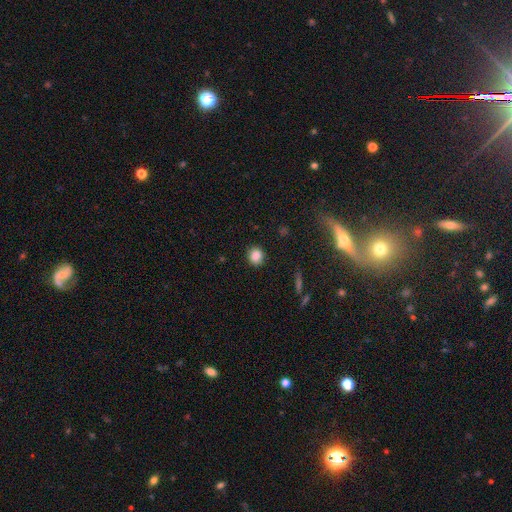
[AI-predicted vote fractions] A smooth galaxy with no disk features (85%) that is round (77%).

Vote fractions:
- Smooth or featured? smooth: 85% / star or artifact: 11% / featured or disk: 4%
- How rounded? round: 77% / in between: 21% / cigar-shaped: 1%
- Merging? none: 88% / minor disturbance: 8% / major disturbance: 2% / merger: 1%